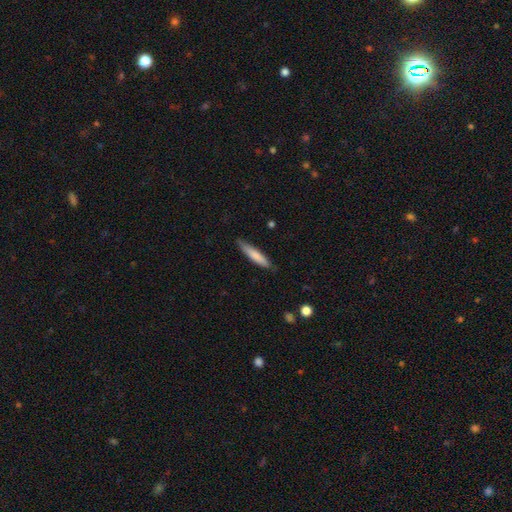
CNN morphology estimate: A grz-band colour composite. It shows a smooth galaxy with no disk features (76%) that is cigar-shaped (88%). Merging: none (81%).